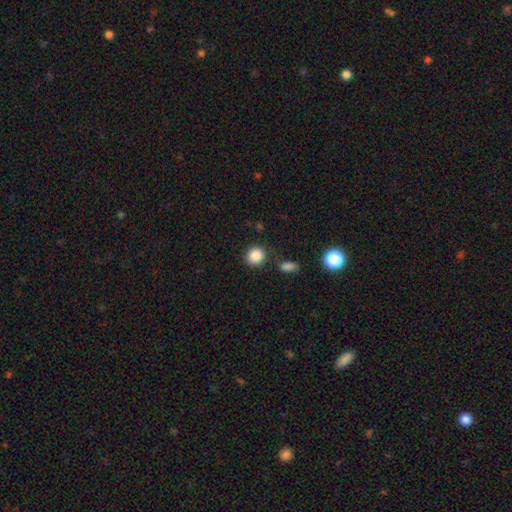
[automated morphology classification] type=smooth (87%); roundness=round (83%); merging=none (82%).